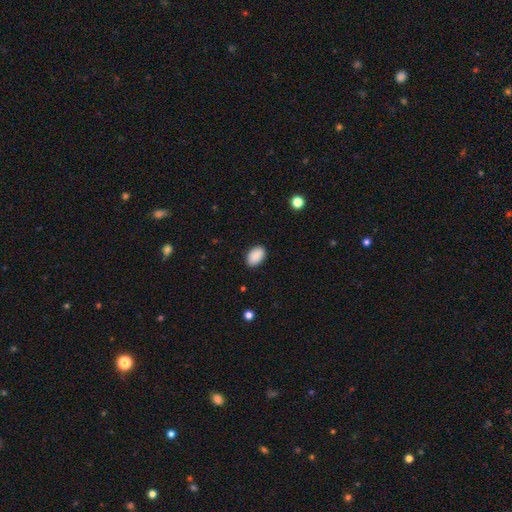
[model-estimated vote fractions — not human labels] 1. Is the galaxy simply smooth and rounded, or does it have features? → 90% smooth, 7% star or artifact, 3% featured or disk.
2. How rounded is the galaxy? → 91% in between, 8% round, 1% cigar-shaped.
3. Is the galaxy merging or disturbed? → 89% none, 8% minor disturbance, 2% major disturbance, 1% merger.